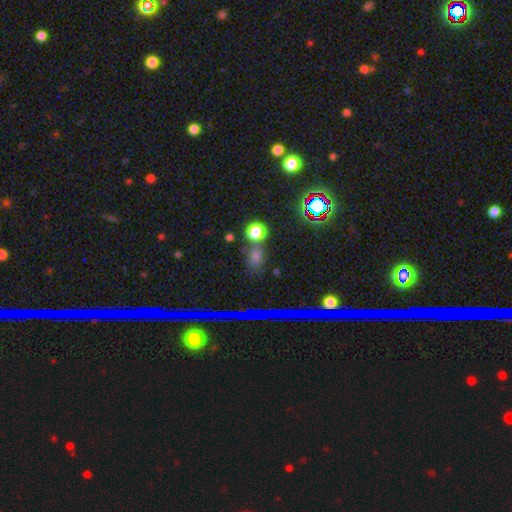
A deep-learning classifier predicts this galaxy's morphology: This is likely a smooth galaxy (61%). How rounded: likely round (62%). Merging: likely none (78%).